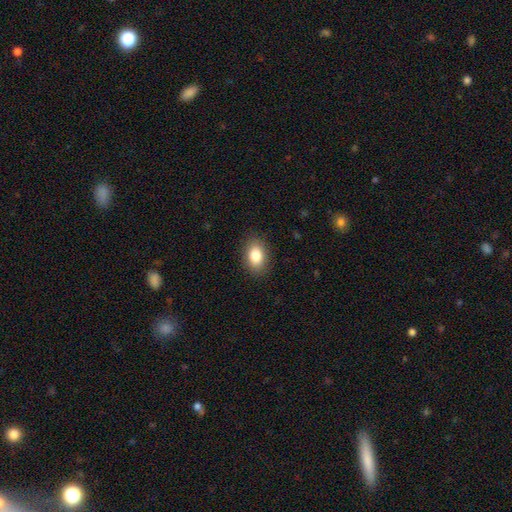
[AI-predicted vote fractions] smooth 84%, star or artifact 8%, featured or disk 8%. Down the decision tree: how rounded — in between (84%); merging — none (87%).